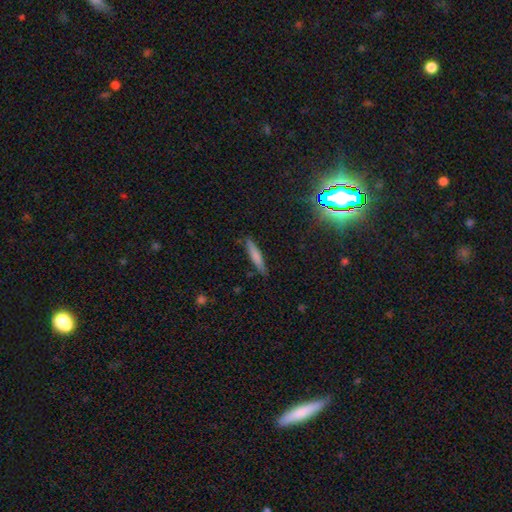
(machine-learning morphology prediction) smooth 73%, featured or disk 19%, star or artifact 8%. Down the decision tree: how rounded — cigar-shaped (90%); merging — none (86%).